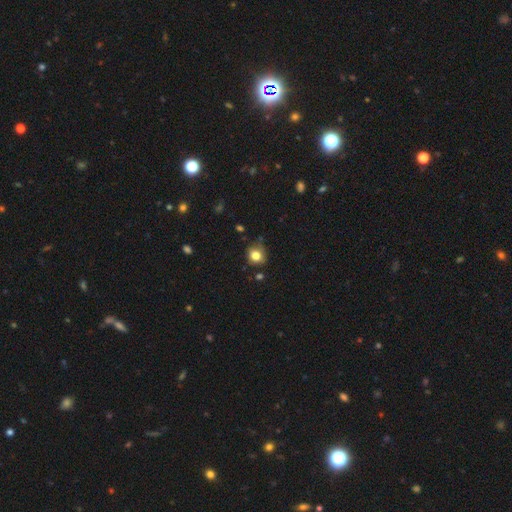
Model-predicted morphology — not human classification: Overall: smooth (80%). How rounded: round (77%). Merging: none (69%).